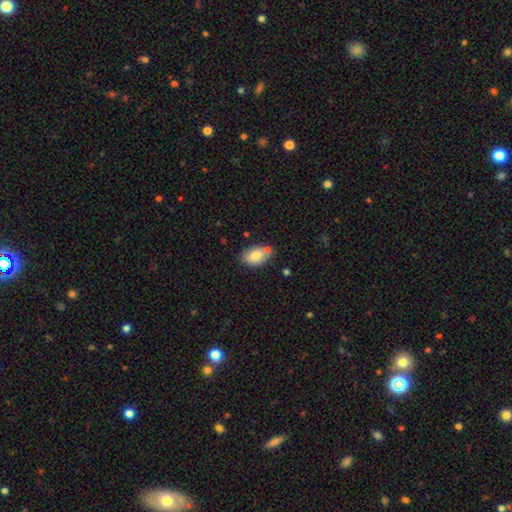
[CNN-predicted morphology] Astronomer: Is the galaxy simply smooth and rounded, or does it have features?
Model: smooth — 82%.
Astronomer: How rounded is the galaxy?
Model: in between — 88%.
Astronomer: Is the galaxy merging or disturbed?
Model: none — 65%.